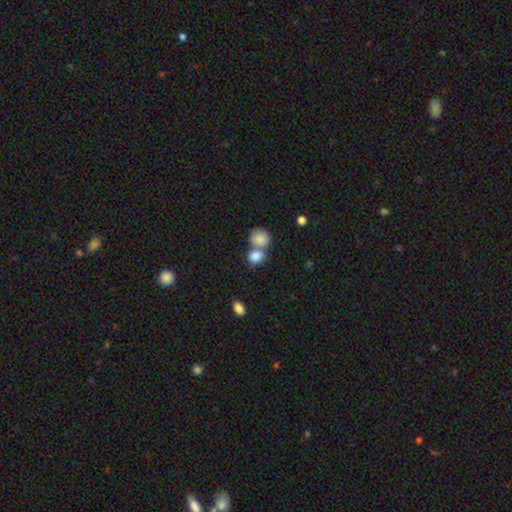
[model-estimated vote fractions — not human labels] Smooth or featured: smooth — 85% (star or artifact — 7%)
How rounded: in between — 53% (round — 46%)
Merging: merger — 56% (none — 32%)